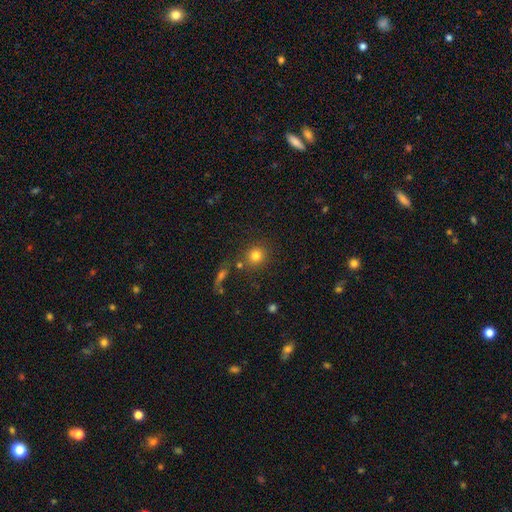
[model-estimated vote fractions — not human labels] smooth 79%, star or artifact 13%, featured or disk 8%. Down the decision tree: how rounded — round (86%); merging — none (75%).